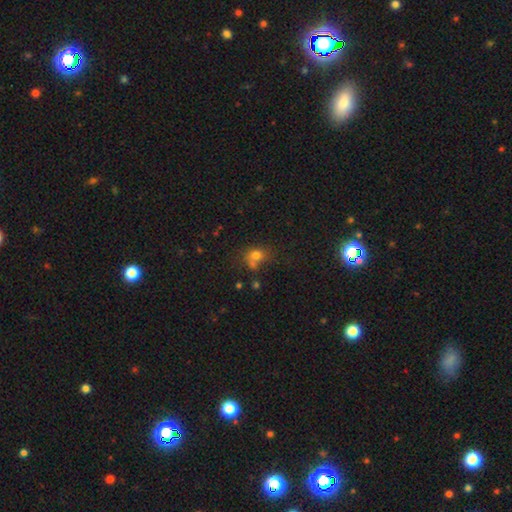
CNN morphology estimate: This is likely a smooth galaxy (73%). How rounded: likely round (65%). Merging: possibly none (45%).